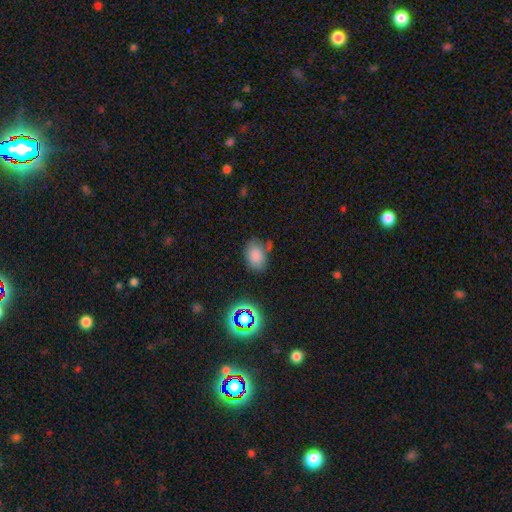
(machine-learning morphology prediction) Smooth or featured? smooth (77%)
How rounded? in between (75%)
Merging? none (59%)